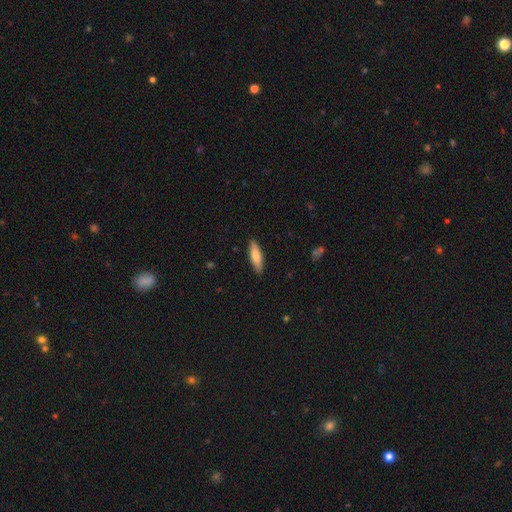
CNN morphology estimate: type=smooth (74%); roundness=cigar-shaped (58%); merging=none (88%).